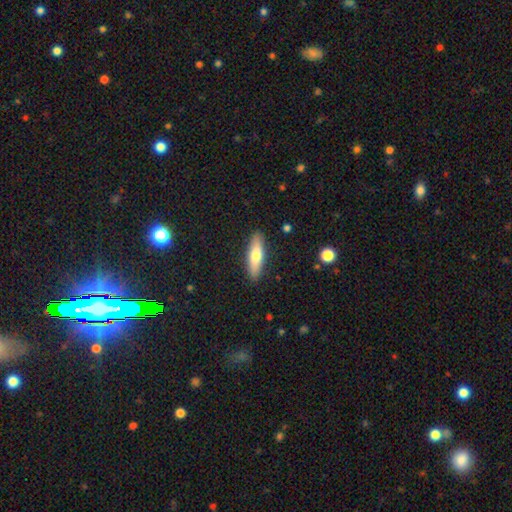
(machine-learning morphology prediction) type=smooth (69%); roundness=cigar-shaped (58%); merging=none (89%).